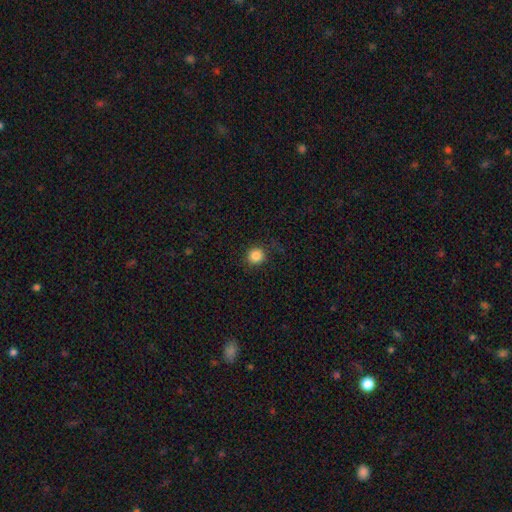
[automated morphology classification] Smooth or featured: smooth — 85% (star or artifact — 11%)
How rounded: round — 90% (in between — 9%)
Merging: none — 86% (minor disturbance — 10%)